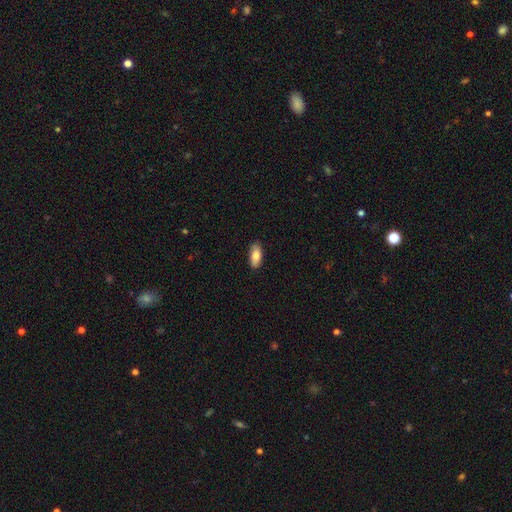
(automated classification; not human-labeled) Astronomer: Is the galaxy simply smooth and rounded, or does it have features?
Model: smooth — 81%.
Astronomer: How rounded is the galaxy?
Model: in between — 87%.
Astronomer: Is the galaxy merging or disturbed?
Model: none — 87%.